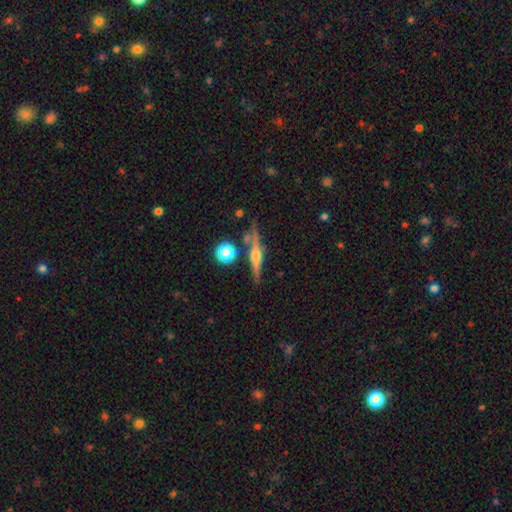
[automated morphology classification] Q: Smooth or featured?
A: featured or disk (75%); runner-up: smooth (17%)
Q: Edge-on disk?
A: yes (97%); runner-up: no (3%)
Q: Edge-on bulge?
A: rounded (89%); runner-up: boxy (6%)
Q: Merging?
A: none (80%); runner-up: minor disturbance (11%)